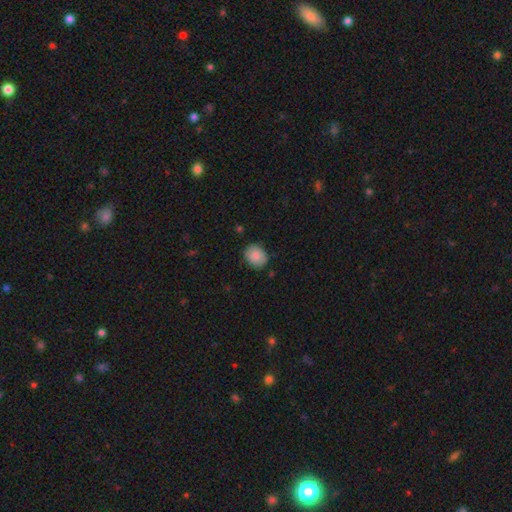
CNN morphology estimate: A smooth galaxy with no disk features (84%) that is round (59%).

Vote fractions:
- Smooth or featured? smooth: 84% / featured or disk: 8% / star or artifact: 7%
- How rounded? round: 59% / in between: 40% / cigar-shaped: 1%
- Merging? none: 79% / minor disturbance: 17% / major disturbance: 3% / merger: 1%